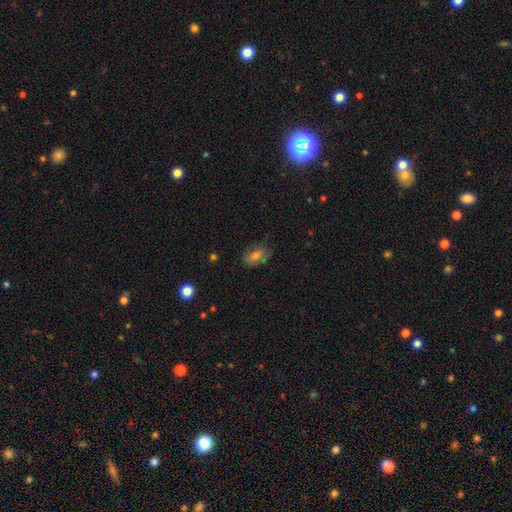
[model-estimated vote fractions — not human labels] Smooth or featured?
  - smooth: 65% *
  - featured or disk: 22%
  - star or artifact: 13%
How rounded?
  - in between: 84% *
  - round: 13%
  - cigar-shaped: 3%
Merging?
  - none: 74% *
  - minor disturbance: 19%
  - major disturbance: 5%
  - merger: 1%